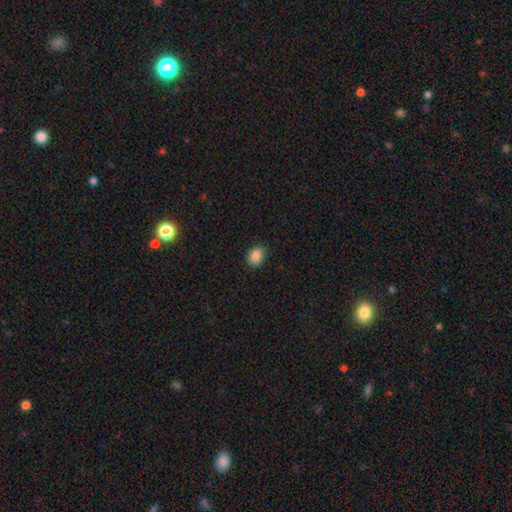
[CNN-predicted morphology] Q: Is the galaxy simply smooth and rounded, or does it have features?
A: smooth — 86%.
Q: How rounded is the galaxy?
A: in between — 58%.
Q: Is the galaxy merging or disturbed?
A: none — 80%.